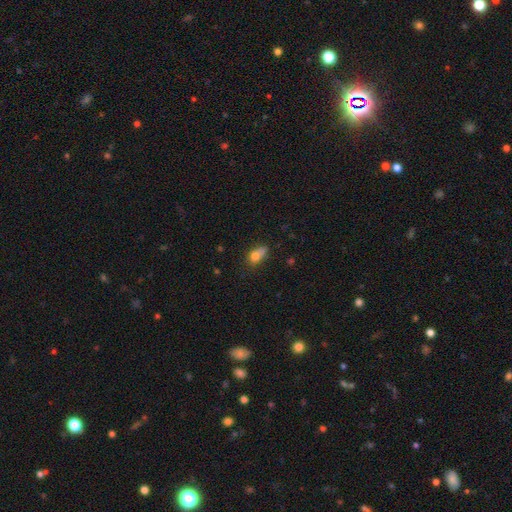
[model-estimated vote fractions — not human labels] This appears to be a smooth galaxy with no disk features (75%) that is in between round and cigar-shaped (73%). Merging: none (38%).